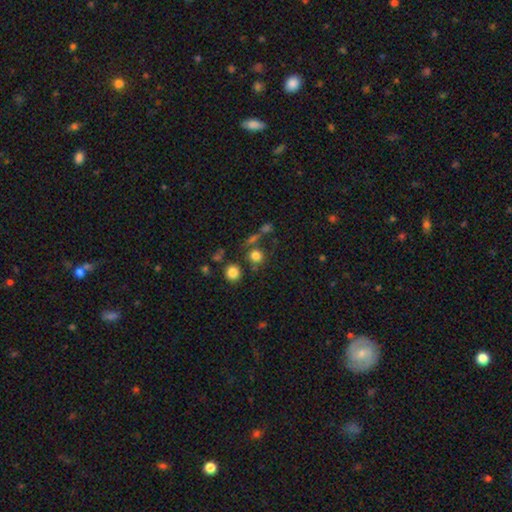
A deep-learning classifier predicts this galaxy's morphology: type=smooth (77%); roundness=round (89%); merging=none (68%).